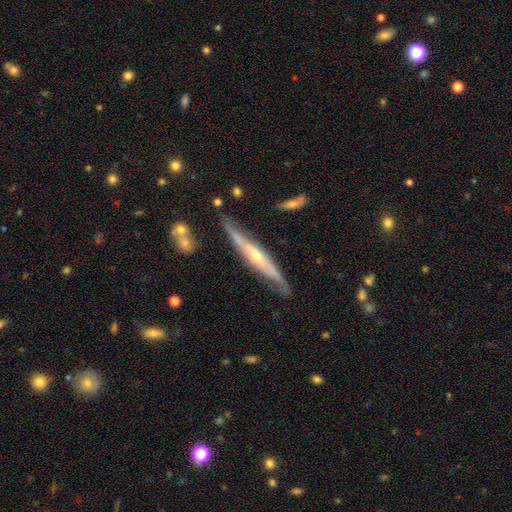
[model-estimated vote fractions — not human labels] Smooth or featured?
  - featured or disk: 77% *
  - smooth: 18%
  - star or artifact: 6%
Edge-on disk?
  - yes: 83% *
  - no: 17%
Edge-on bulge?
  - rounded: 76% *
  - none: 19%
  - boxy: 4%
Merging?
  - none: 75% *
  - minor disturbance: 19%
  - major disturbance: 4%
  - merger: 3%